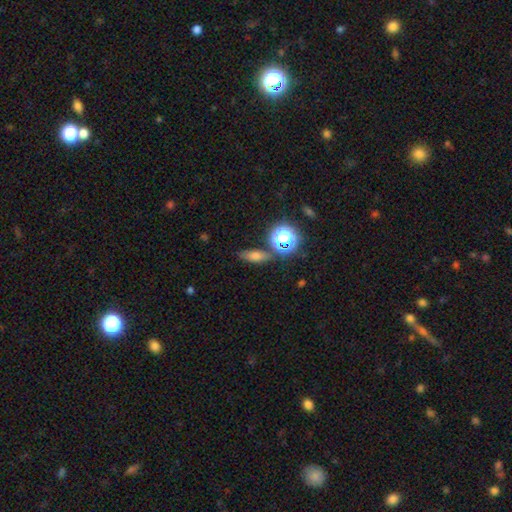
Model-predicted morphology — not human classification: This is possibly a smooth galaxy (59%). How rounded: possibly in between (49%). Merging: likely none (78%).